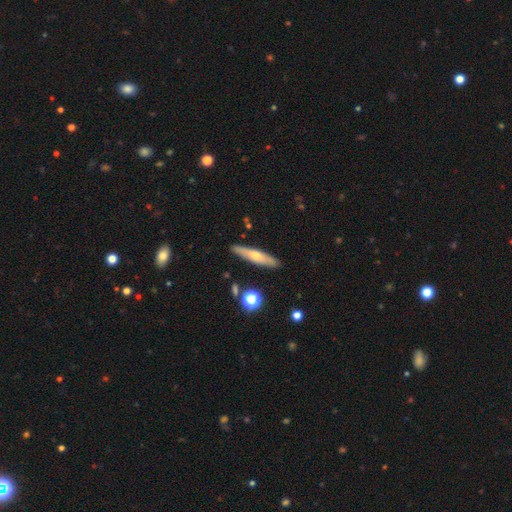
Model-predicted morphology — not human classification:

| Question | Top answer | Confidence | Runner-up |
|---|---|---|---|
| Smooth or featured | smooth | 47% | featured or disk (46%) |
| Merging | none | 88% | minor disturbance (8%) |